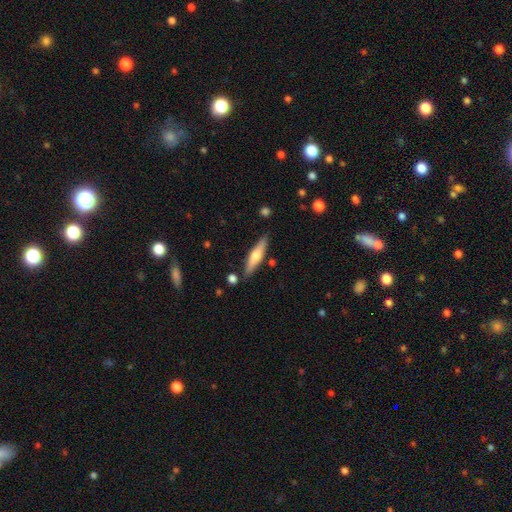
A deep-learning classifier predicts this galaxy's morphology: smooth 48%, featured or disk 46%, star or artifact 6%. Down the decision tree: merging — none (84%).